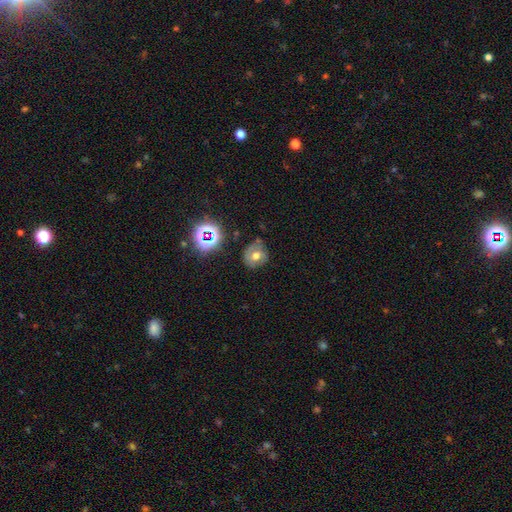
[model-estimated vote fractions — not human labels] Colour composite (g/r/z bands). It shows a smooth galaxy with no disk features (44%). Merging: none (68%).